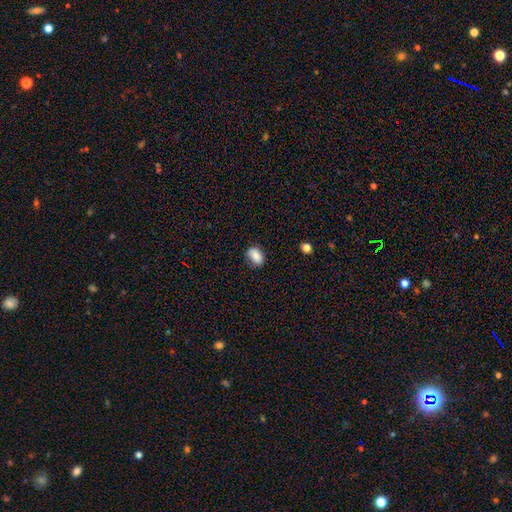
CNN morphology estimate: type=smooth (83%); roundness=in between (79%); merging=none (75%).